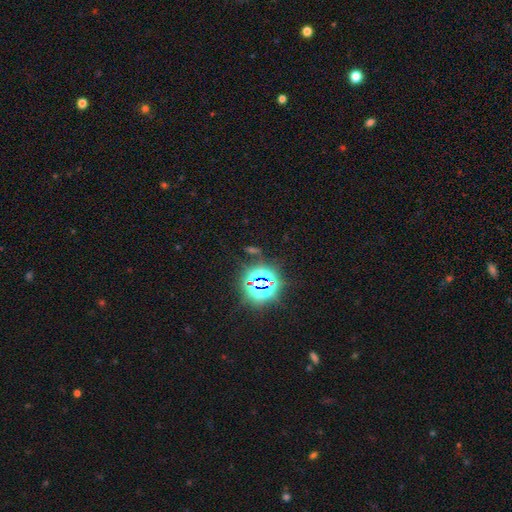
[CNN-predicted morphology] A star or artifact, not a galaxy (78%).